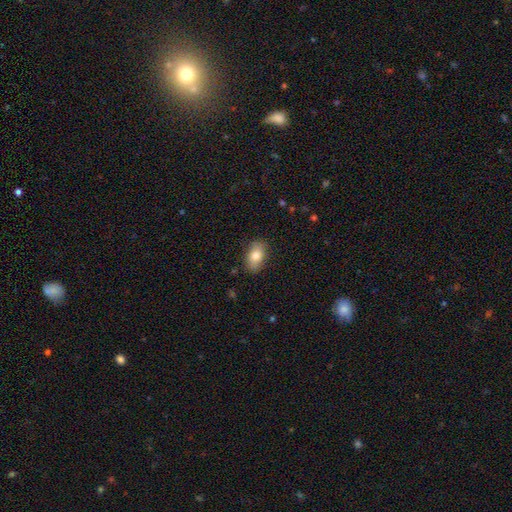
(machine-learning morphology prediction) Smooth or featured?
  - smooth: 80% *
  - featured or disk: 13%
  - star or artifact: 7%
How rounded?
  - in between: 90% *
  - round: 7%
  - cigar-shaped: 2%
Merging?
  - none: 84% *
  - minor disturbance: 12%
  - major disturbance: 3%
  - merger: 1%